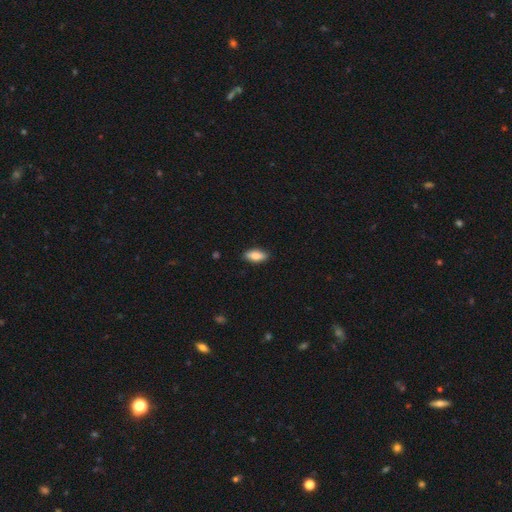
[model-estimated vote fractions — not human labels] Overall: smooth (83%). How rounded: in between (82%). Merging: none (88%).